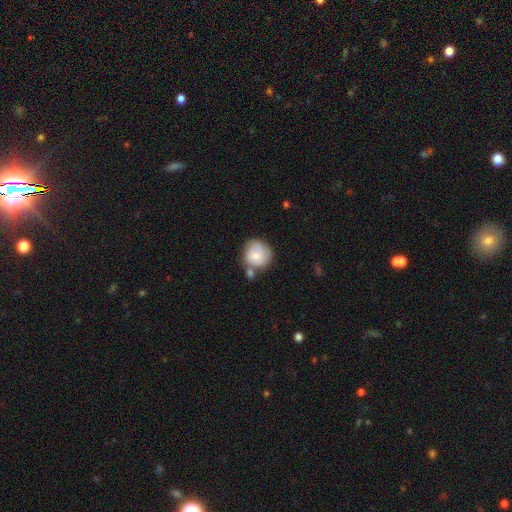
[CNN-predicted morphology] The model was most divided on "merging": none: 54%, merger: 21%, minor disturbance: 19%, major disturbance: 5%. More confident: how rounded — round (89%); smooth or featured — smooth (76%).